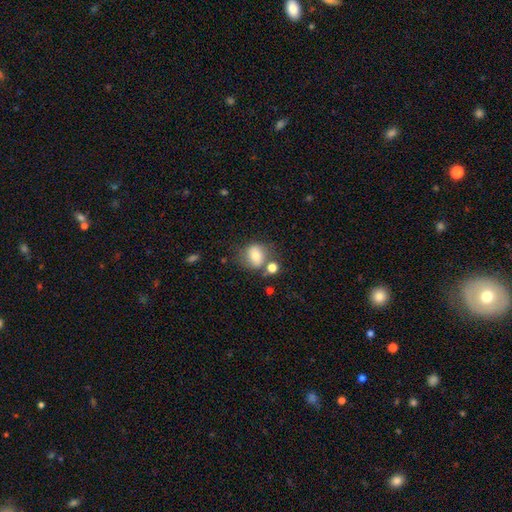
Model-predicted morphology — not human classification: Smooth or featured? Predicted: smooth (p=0.75). How rounded? Predicted: round (p=0.62). Merging? Predicted: none (p=0.55).